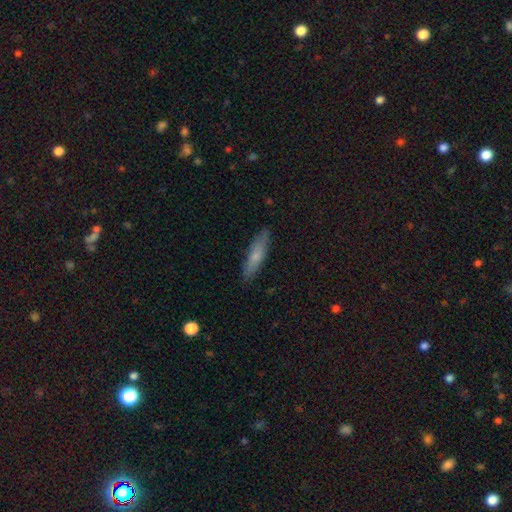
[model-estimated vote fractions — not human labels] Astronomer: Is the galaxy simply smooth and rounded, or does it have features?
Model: smooth — 70%.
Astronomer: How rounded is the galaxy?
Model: cigar-shaped — 74%.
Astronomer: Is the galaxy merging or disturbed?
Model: none — 86%.